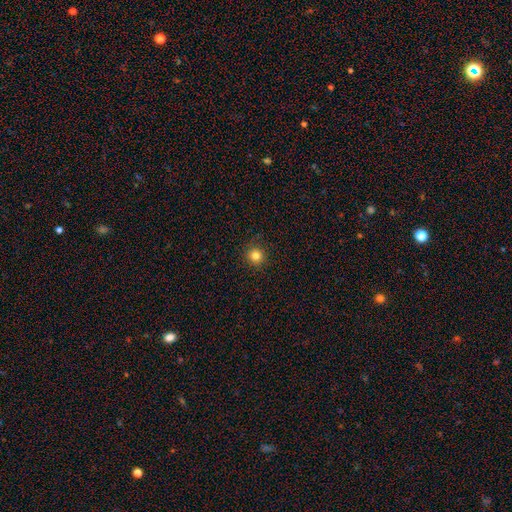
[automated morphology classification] Q: Smooth or featured?
A: smooth (81%); runner-up: star or artifact (13%)
Q: How rounded?
A: round (95%); runner-up: in between (4%)
Q: Merging?
A: none (91%); runner-up: minor disturbance (6%)